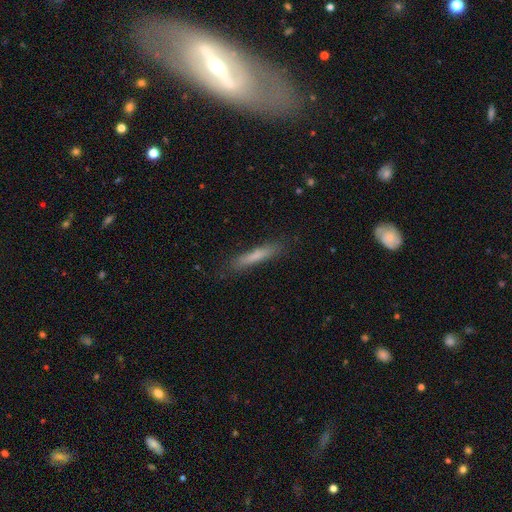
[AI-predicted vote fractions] Q: Smooth or featured?
A: smooth (73%); runner-up: featured or disk (20%)
Q: How rounded?
A: cigar-shaped (91%); runner-up: in between (8%)
Q: Merging?
A: none (82%); runner-up: minor disturbance (13%)